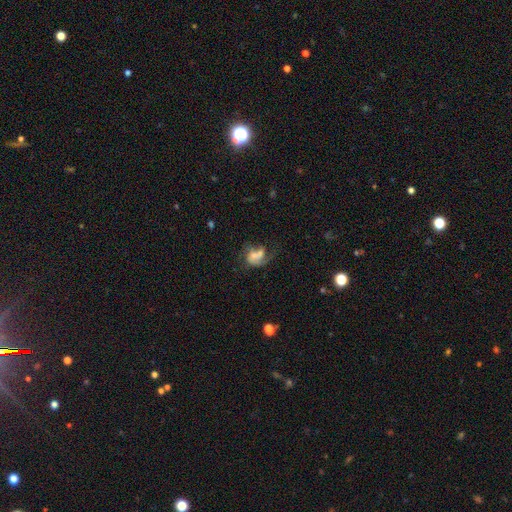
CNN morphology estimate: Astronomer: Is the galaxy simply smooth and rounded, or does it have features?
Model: featured or disk — 53% (runner-up: smooth, 36%).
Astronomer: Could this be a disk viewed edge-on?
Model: no — 98%.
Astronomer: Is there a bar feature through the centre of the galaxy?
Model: no — 69%.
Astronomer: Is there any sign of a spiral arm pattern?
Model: yes — 71%.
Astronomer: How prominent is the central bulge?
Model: small — 37% (runner-up: moderate, 31%).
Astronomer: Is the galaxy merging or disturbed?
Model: major disturbance — 34% (runner-up: none, 27%).